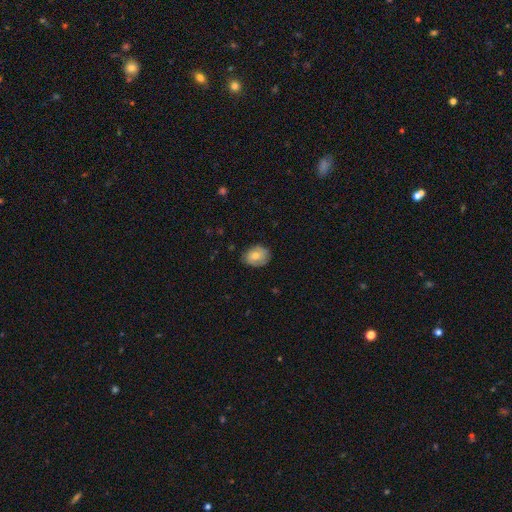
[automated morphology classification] This appears to be a smooth galaxy with no disk features (74%) that is in between round and cigar-shaped (59%). Merging: none (79%).